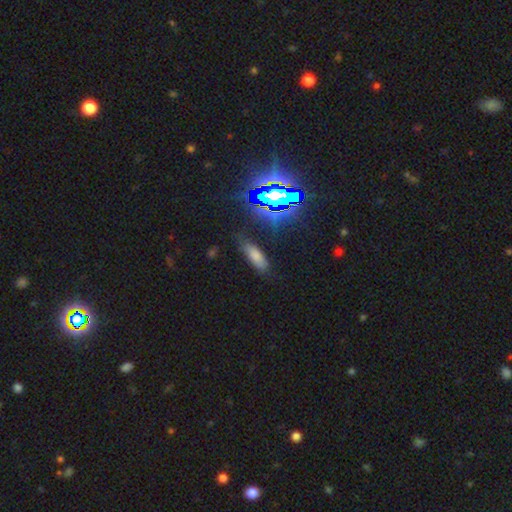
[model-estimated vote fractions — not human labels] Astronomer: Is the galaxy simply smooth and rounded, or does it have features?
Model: smooth — 65%.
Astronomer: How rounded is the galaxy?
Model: in between — 67%.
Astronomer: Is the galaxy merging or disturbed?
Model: none — 73%.